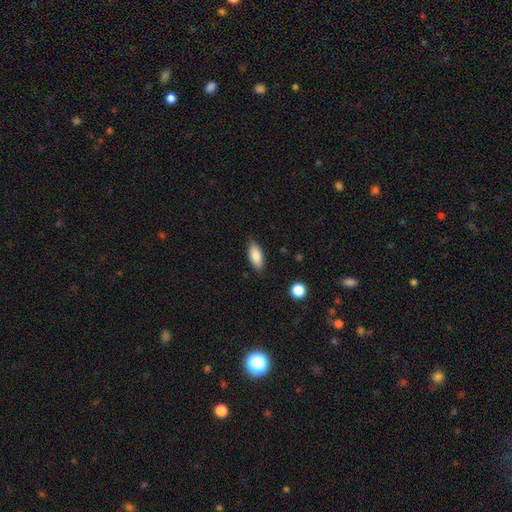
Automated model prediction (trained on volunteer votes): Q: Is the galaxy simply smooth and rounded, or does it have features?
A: smooth — 85%.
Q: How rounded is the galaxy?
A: in between — 82%.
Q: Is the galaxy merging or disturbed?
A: none — 86%.